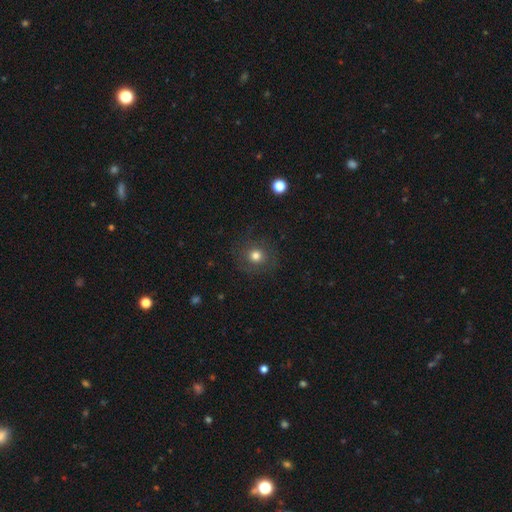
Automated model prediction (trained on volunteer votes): A smooth galaxy with no disk features (73%) that is round (90%).

Vote fractions:
- Smooth or featured? smooth: 73% / star or artifact: 14% / featured or disk: 13%
- How rounded? round: 90% / in between: 9% / cigar-shaped: 1%
- Merging? none: 83% / minor disturbance: 10% / major disturbance: 6% / merger: 1%